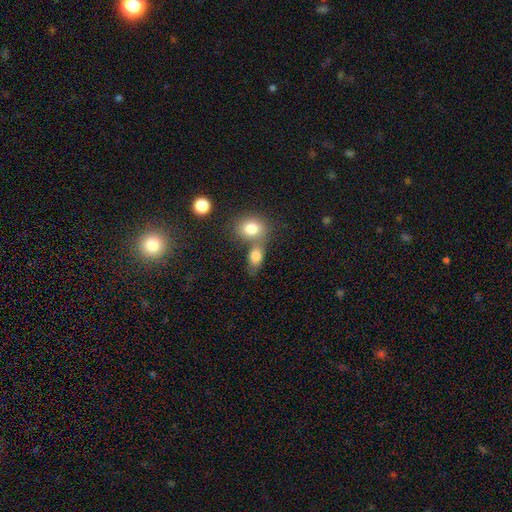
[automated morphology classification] Smooth or featured: smooth — 80% (featured or disk — 11%)
How rounded: in between — 68% (round — 29%)
Merging: merger — 45% (none — 41%)